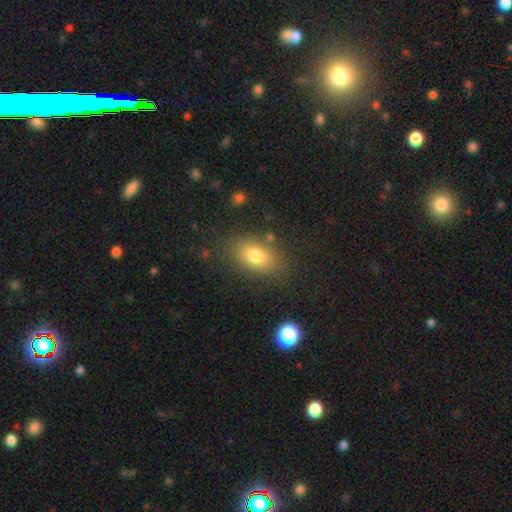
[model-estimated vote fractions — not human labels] A smooth galaxy with no disk features (77%) that is in between round and cigar-shaped (83%). Merging: none (80%).